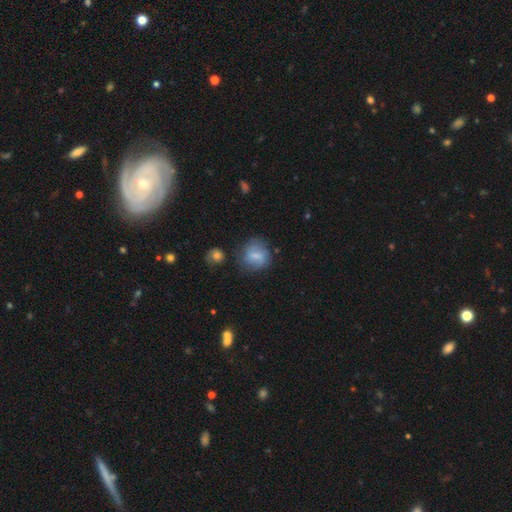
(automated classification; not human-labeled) This is likely a smooth galaxy (65%). How rounded: likely round (76%). Merging: likely none (64%).